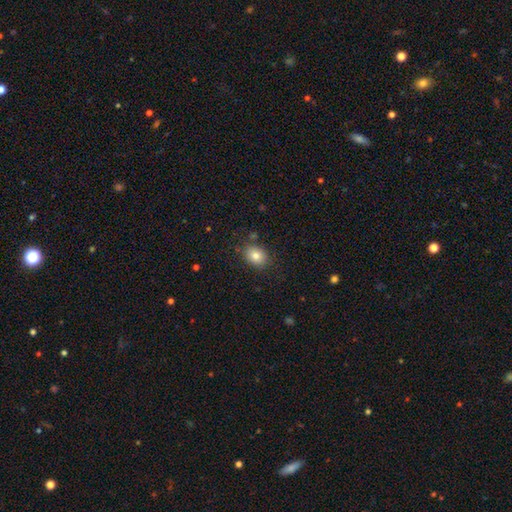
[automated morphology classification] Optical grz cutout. It shows a smooth galaxy with no disk features (82%) that is in between round and cigar-shaped (61%). Merging: none (83%).